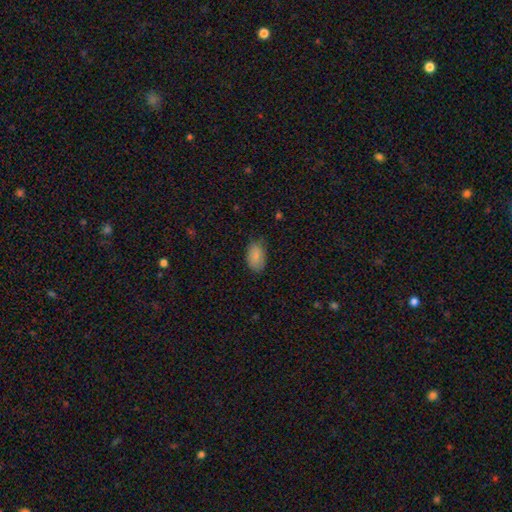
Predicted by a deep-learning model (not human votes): Q: Smooth or featured?
A: smooth (86%); runner-up: star or artifact (7%)
Q: How rounded?
A: in between (92%); runner-up: round (6%)
Q: Merging?
A: none (71%); runner-up: minor disturbance (24%)